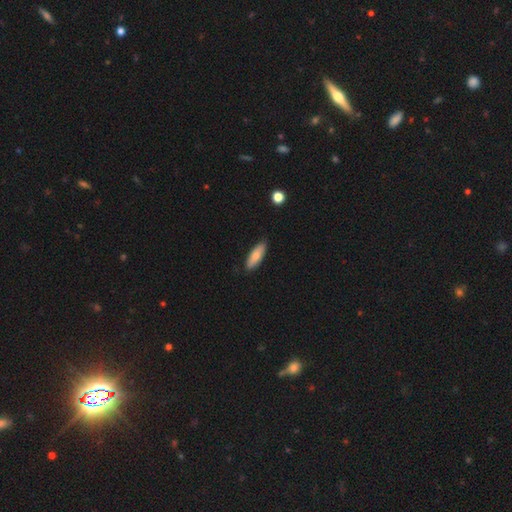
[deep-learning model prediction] Morphology: type=smooth (77%); roundness=in between (58%); merging=none (84%).